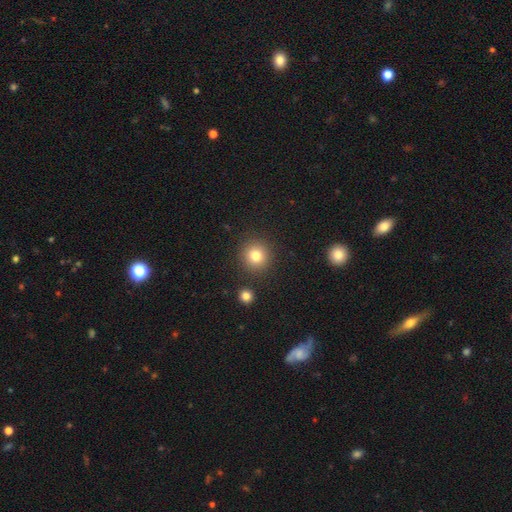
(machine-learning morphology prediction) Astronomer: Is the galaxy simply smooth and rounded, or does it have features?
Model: smooth — 80%.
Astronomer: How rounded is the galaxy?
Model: round — 93%.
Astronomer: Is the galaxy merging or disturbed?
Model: none — 88%.